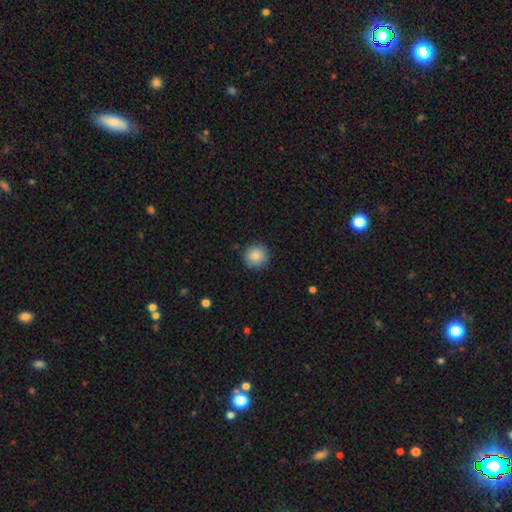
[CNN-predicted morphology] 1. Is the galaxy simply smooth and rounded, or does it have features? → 87% smooth, 8% star or artifact, 5% featured or disk.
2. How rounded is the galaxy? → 94% round, 5% in between, 1% cigar-shaped.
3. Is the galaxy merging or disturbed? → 88% none, 8% minor disturbance, 2% major disturbance, 1% merger.